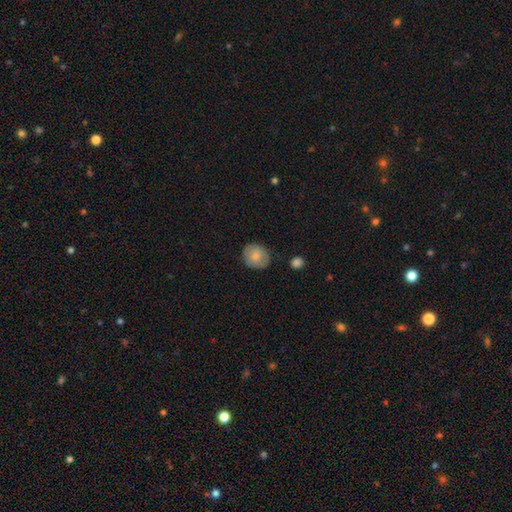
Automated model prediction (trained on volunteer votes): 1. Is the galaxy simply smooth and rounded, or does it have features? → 78% smooth, 15% featured or disk, 7% star or artifact.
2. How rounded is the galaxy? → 75% round, 24% in between, 1% cigar-shaped.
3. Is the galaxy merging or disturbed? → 79% none, 16% minor disturbance, 3% major disturbance, 2% merger.